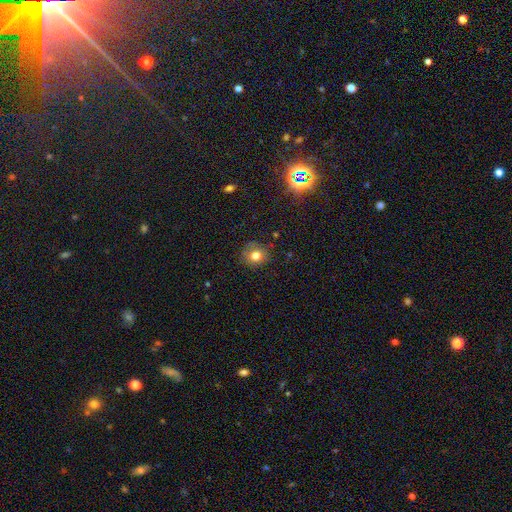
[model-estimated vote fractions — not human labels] Overall: smooth (76%). How rounded: round (84%). Merging: none (79%).